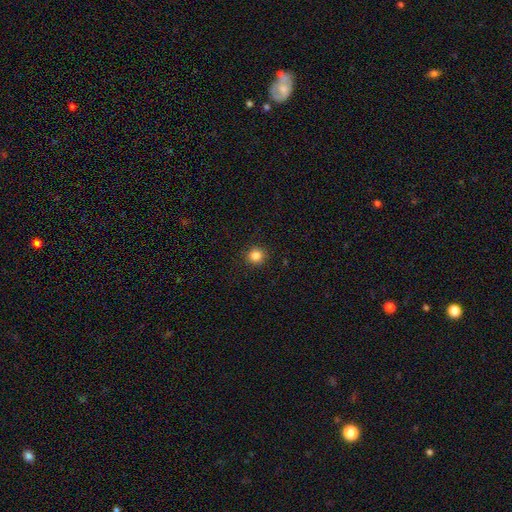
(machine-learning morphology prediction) Overall: smooth (85%). How rounded: round (94%). Merging: none (92%).